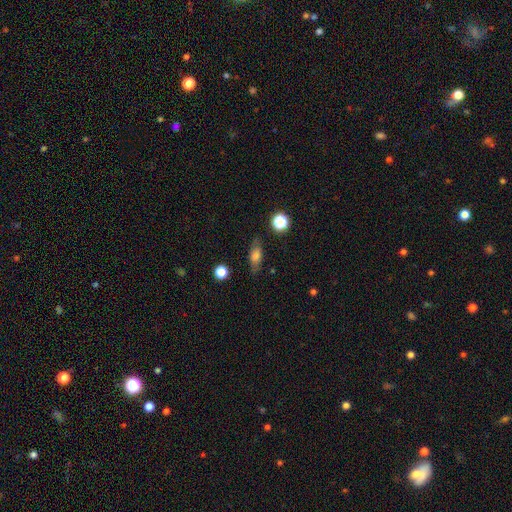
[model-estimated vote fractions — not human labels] Overall: smooth (63%; featured or disk 27%). How rounded: in between (66%). Merging: none (80%).